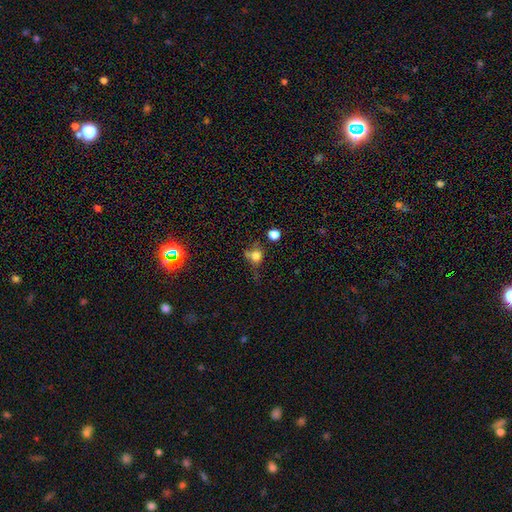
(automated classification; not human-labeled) A smooth galaxy with no disk features (73%) that is round (73%). Merging: none (44%).